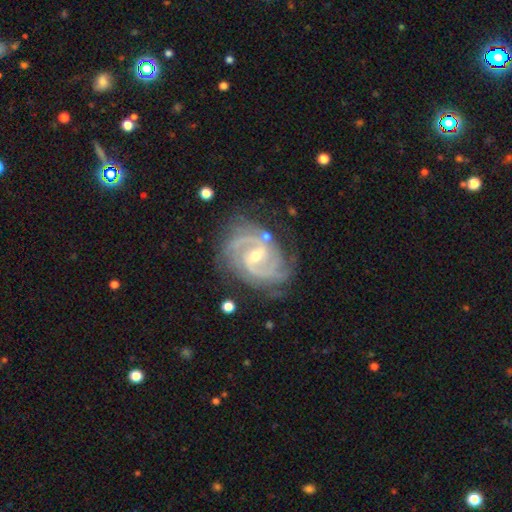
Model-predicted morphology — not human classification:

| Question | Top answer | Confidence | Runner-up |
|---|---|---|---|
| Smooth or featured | featured or disk | 92% | star or artifact (5%) |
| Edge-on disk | no | 98% | yes (2%) |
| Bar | weak | 53% | strong (29%) |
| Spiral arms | yes | 98% | no (2%) |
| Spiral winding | tight | 47% | medium (44%) |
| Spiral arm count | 2 | 65% | 3 (16%) |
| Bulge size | small | 49% | moderate (47%) |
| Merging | none | 74% | minor disturbance (18%) |